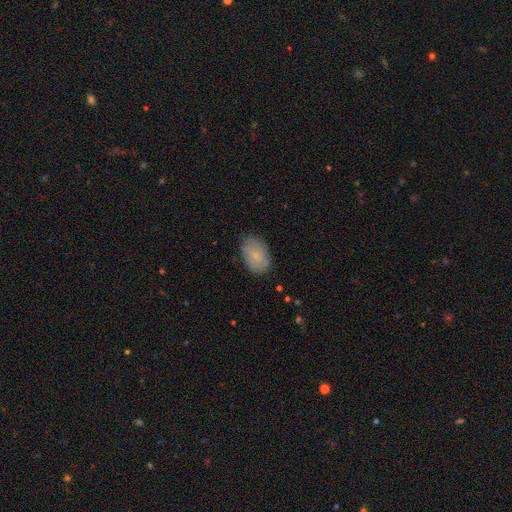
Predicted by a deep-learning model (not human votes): Morphology: type=smooth (64%); roundness=in between (86%); merging=none (76%).